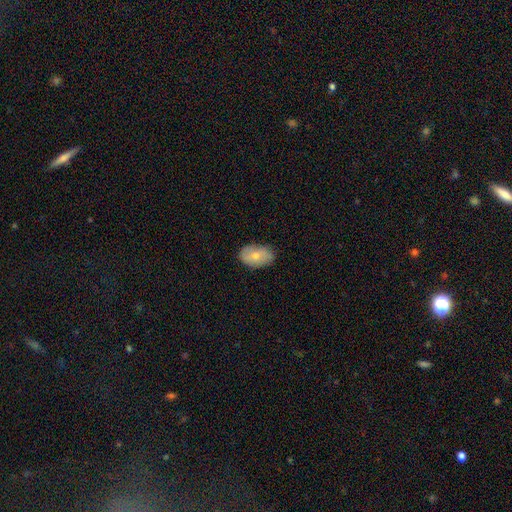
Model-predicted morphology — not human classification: Smooth or featured?
  - smooth: 67% *
  - featured or disk: 26%
  - star or artifact: 6%
How rounded?
  - in between: 89% *
  - round: 9%
  - cigar-shaped: 1%
Merging?
  - none: 78% *
  - minor disturbance: 18%
  - major disturbance: 3%
  - merger: 1%